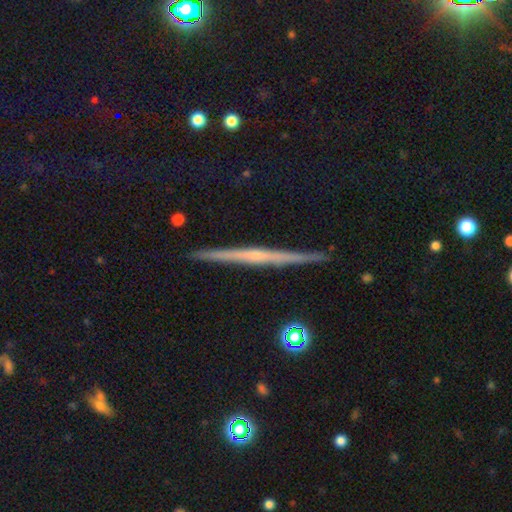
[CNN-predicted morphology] Smooth or featured?
  - featured or disk: 71% *
  - smooth: 20%
  - star or artifact: 9%
Edge-on disk?
  - yes: 98% *
  - no: 2%
Edge-on bulge?
  - none: 56% *
  - rounded: 35%
  - boxy: 10%
Merging?
  - none: 91% *
  - minor disturbance: 6%
  - major disturbance: 1%
  - merger: 1%